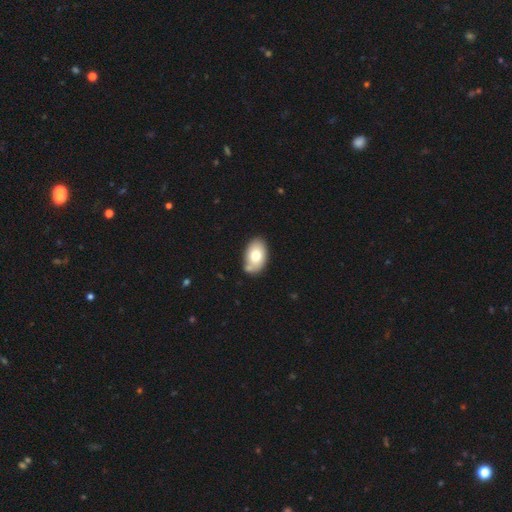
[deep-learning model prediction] smooth-or-featured: smooth: 73% | featured or disk: 20% | star or artifact: 7%
  how-rounded: in between: 90% | round: 9% | cigar-shaped: 1%
  merging: none: 67% | minor disturbance: 19% | merger: 9% | major disturbance: 4%